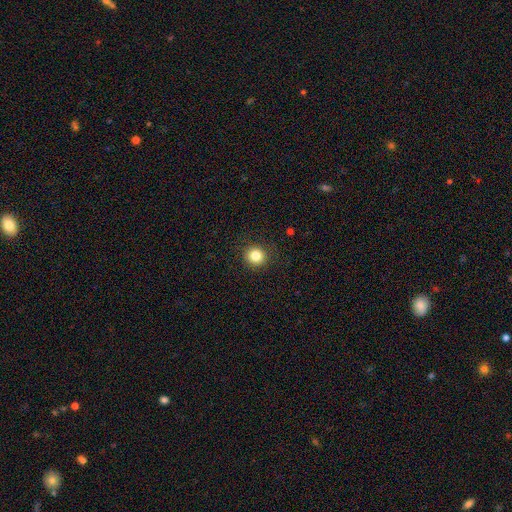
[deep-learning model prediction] The model was most divided on "smooth or featured": smooth: 83%, star or artifact: 12%, featured or disk: 5%. More confident: how rounded — round (93%); merging — none (91%).